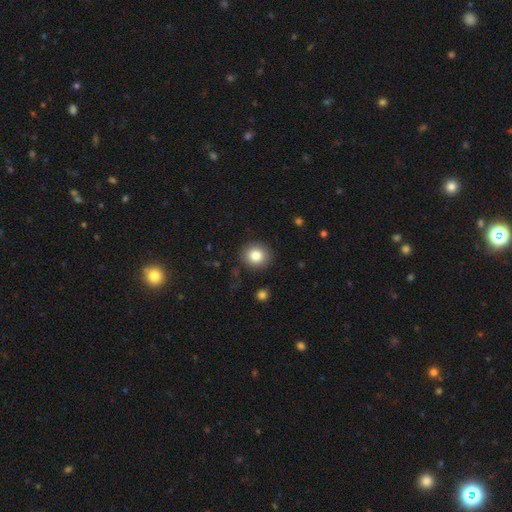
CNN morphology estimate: This is clearly a smooth galaxy (83%). How rounded: clearly round (88%). Merging: clearly none (88%).